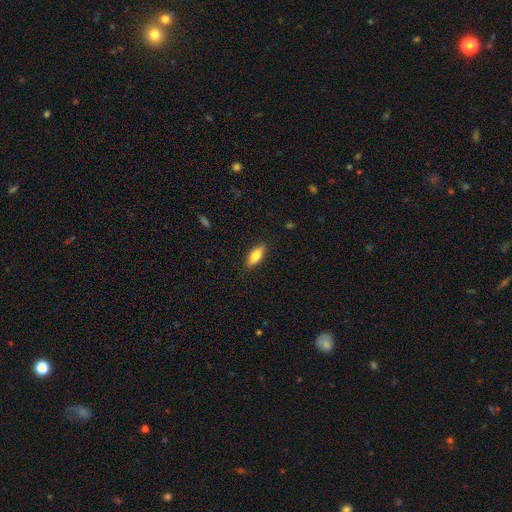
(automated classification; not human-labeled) smooth 83%, featured or disk 10%, star or artifact 6%. Down the decision tree: how rounded — in between (77%); merging — none (87%).